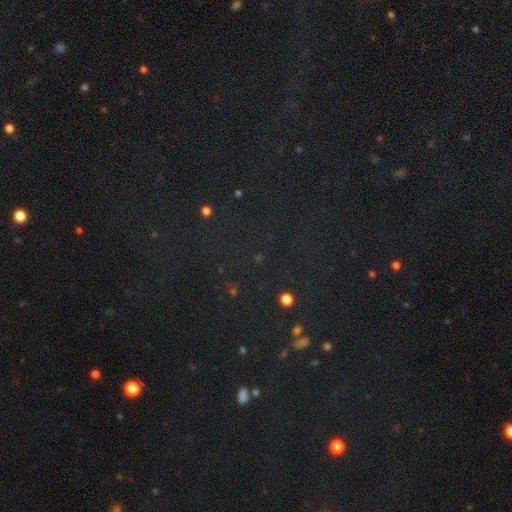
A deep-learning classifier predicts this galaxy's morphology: Smooth or featured? star or artifact (78%)